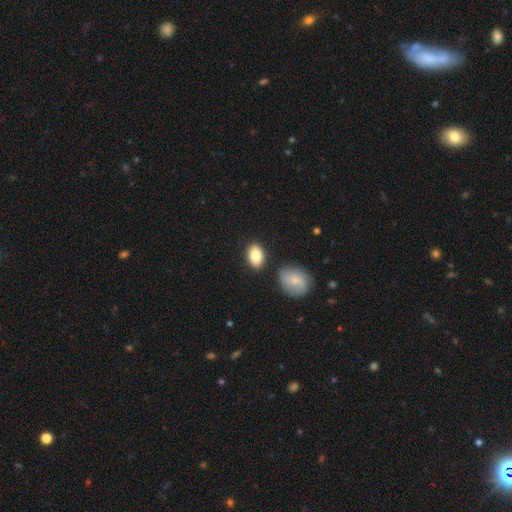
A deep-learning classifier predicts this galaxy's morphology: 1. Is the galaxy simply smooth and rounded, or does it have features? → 83% smooth, 9% featured or disk, 7% star or artifact.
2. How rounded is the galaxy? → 84% in between, 14% round, 1% cigar-shaped.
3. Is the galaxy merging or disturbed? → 81% none, 10% minor disturbance, 6% merger, 3% major disturbance.